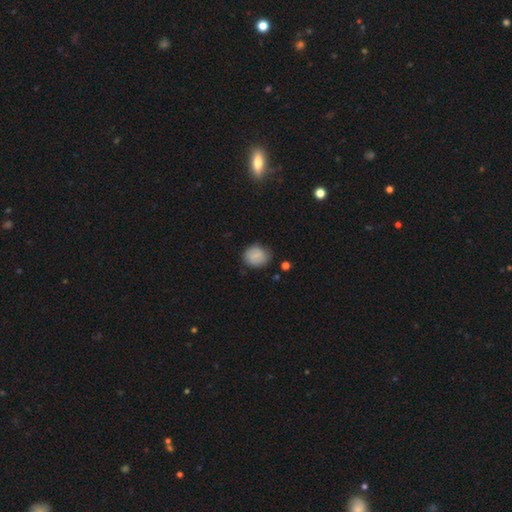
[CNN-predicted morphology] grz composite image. It shows a smooth galaxy with no disk features (77%) that is round (73%). Merging: none (76%).